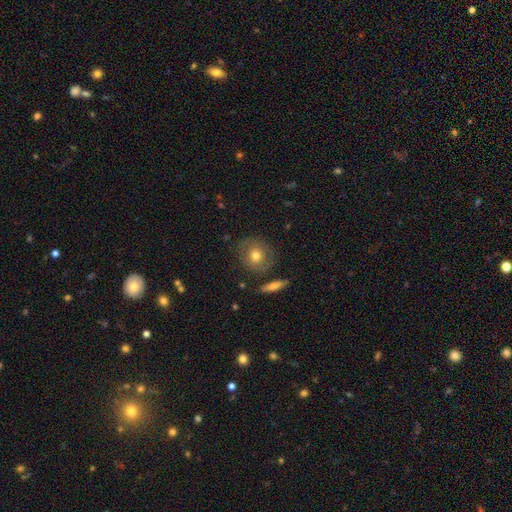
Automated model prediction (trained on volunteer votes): The model was most divided on "smooth or featured": smooth: 63%, featured or disk: 28%, star or artifact: 8%. More confident: how rounded — round (84%); merging — none (80%).